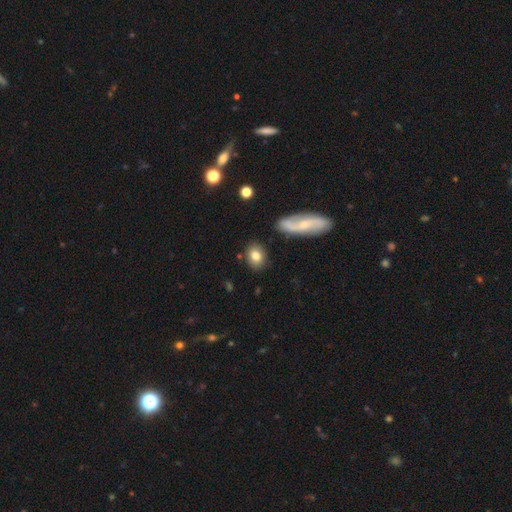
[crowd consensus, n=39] Overall: smooth (77%). How rounded: in between (57%; round 43%). Merging: none (77%).